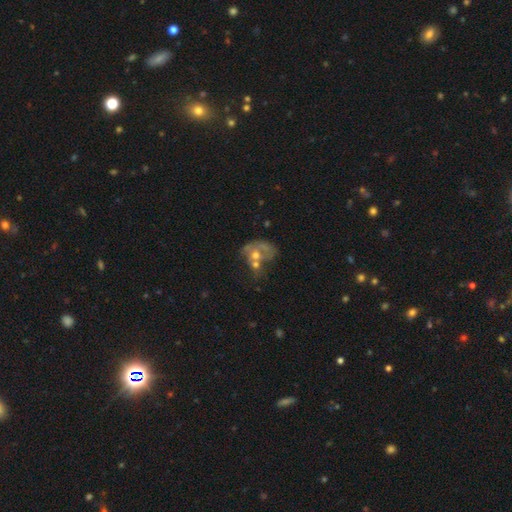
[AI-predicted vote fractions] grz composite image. It shows a featured or disk galaxy (52%) with no bar (87%), no spiral arms (74%) and a moderate central bulge (58%). Merging: merger (42%).